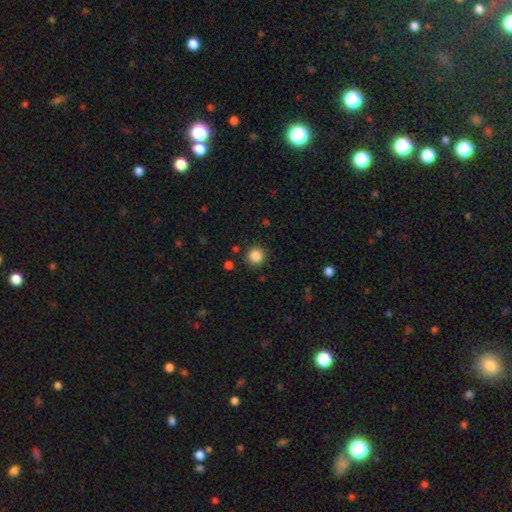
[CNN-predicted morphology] This is clearly a smooth galaxy (86%). How rounded: clearly round (93%). Merging: clearly none (89%).